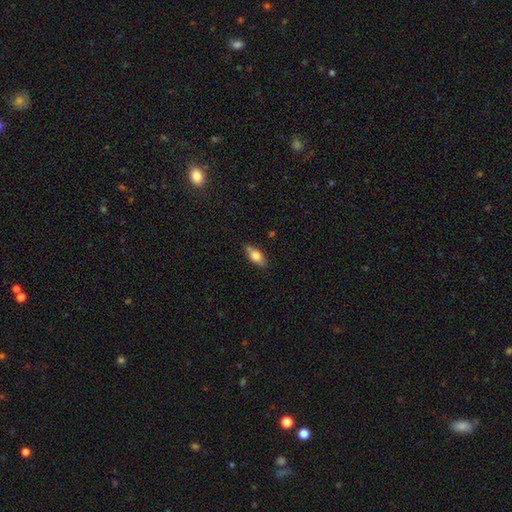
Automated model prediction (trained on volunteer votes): Smooth or featured? smooth (73%)
How rounded? in between (79%)
Merging? none (72%)